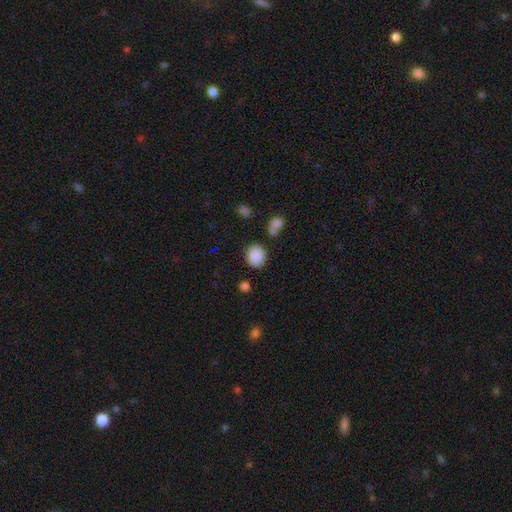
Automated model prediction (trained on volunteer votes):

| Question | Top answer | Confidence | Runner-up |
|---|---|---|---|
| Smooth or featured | smooth | 87% | star or artifact (9%) |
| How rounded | round | 79% | in between (20%) |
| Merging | none | 80% | minor disturbance (11%) |